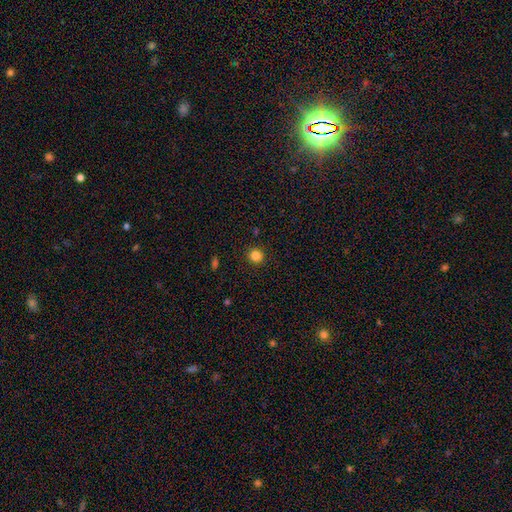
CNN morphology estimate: Overall: smooth (84%). How rounded: round (92%). Merging: none (91%).